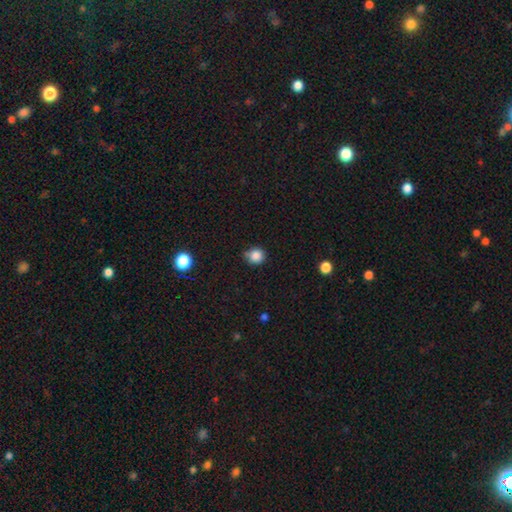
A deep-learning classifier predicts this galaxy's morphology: Overall: smooth (84%). How rounded: round (89%). Merging: none (70%).